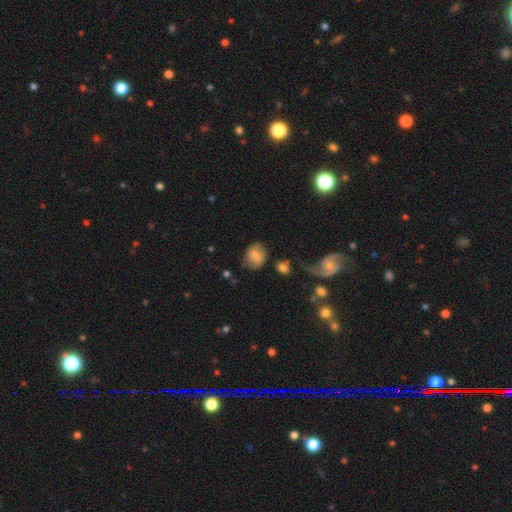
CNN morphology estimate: The model was most divided on "how rounded": in between: 57%, round: 42%, cigar-shaped: 1%. More confident: smooth or featured — smooth (68%); merging — none (63%).